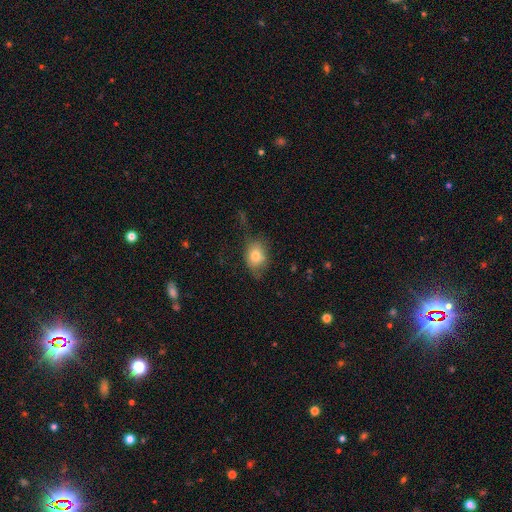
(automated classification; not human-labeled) Smooth or featured?
  - smooth: 78% *
  - featured or disk: 13%
  - star or artifact: 10%
How rounded?
  - in between: 61% *
  - round: 37%
  - cigar-shaped: 1%
Merging?
  - none: 60% *
  - minor disturbance: 27%
  - major disturbance: 12%
  - merger: 2%